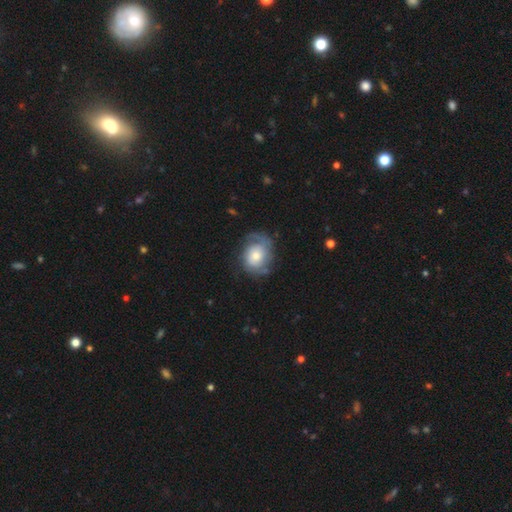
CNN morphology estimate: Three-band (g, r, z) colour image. It shows a featured or disk galaxy (60%) with no bar (78%), spiral arms (84%) and a moderate central bulge (46%). Merging: none (59%).